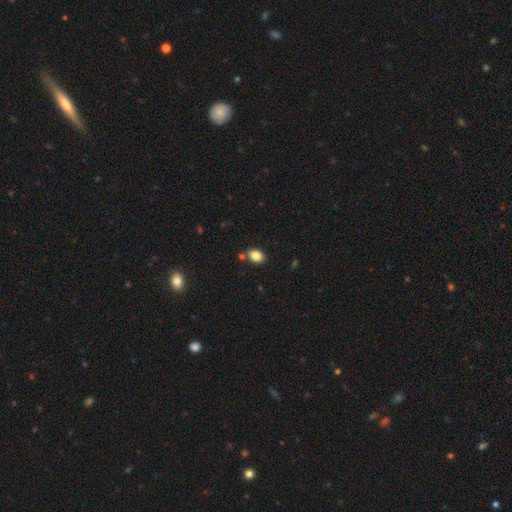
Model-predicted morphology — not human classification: smooth 84%, star or artifact 9%, featured or disk 7%. Down the decision tree: how rounded — in between (77%); merging — none (80%).